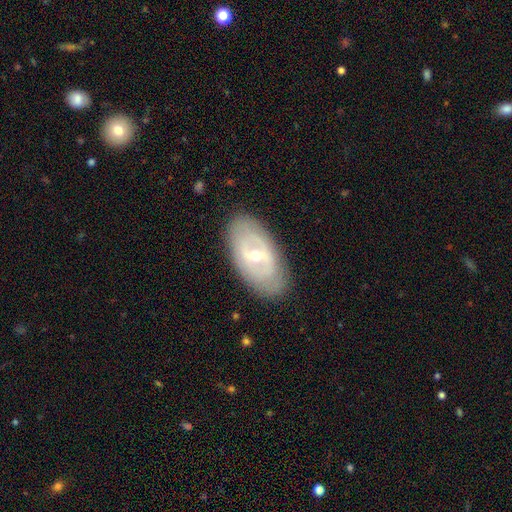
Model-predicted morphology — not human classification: Overall: featured or disk (72%). Edge-on disk: no (91%). Bar: weak (44%; strong 33%). Spiral arms: no (57%; yes 43%). Bulge size: small (50%; moderate 46%). Merging: none (83%).